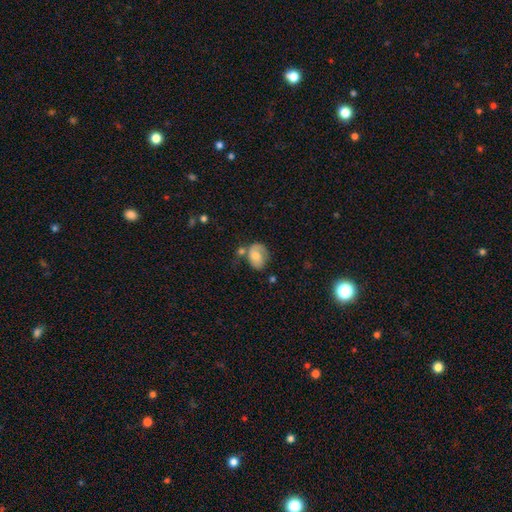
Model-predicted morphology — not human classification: Smooth or featured? Predicted: smooth (p=0.51). How rounded? Predicted: in between (p=0.60). Merging? Predicted: none (p=0.44).